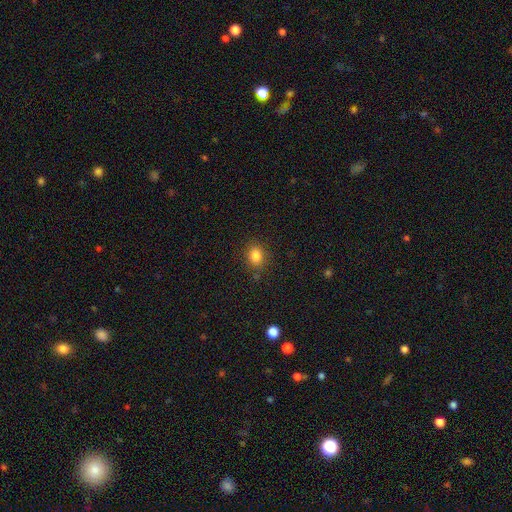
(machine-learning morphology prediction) smooth_or_featured: smooth (p=0.83) [alt: star or artifact p=0.11]
how_rounded: in between (p=0.52) [alt: round p=0.47]
merging: none (p=0.84) [alt: minor disturbance p=0.11]